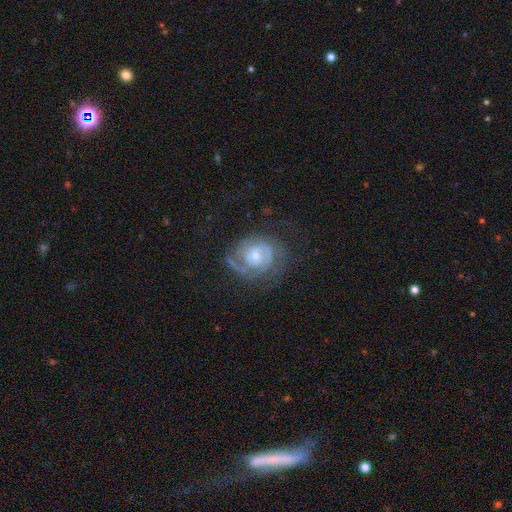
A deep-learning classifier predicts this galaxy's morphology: Smooth or featured? featured or disk (82%)
Edge-on disk? no (98%)
Bar? no (63%)
Spiral arms? yes (93%)
Spiral winding? tight (59%)
Spiral arm count? 2 (48%)
Bulge size? small (57%)
Merging? none (63%)